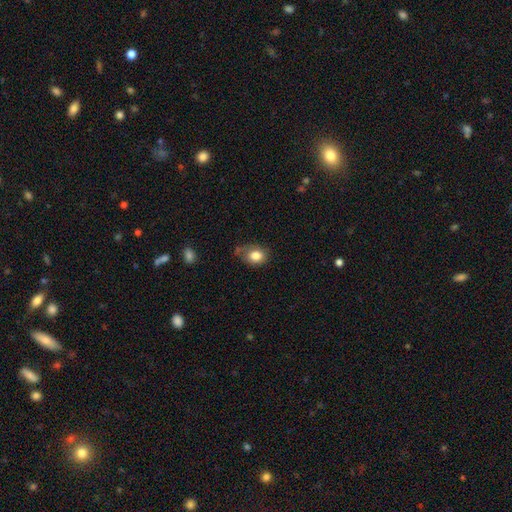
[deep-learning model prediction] smooth 82%, featured or disk 9%, star or artifact 9%. Down the decision tree: how rounded — in between (54%); merging — none (55%).